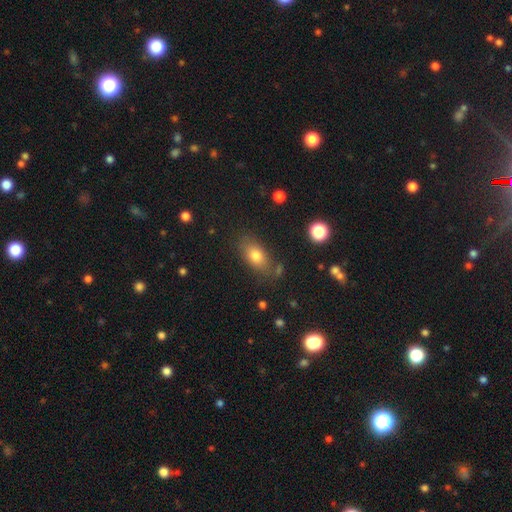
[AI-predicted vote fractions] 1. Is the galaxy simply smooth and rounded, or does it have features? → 77% smooth, 13% featured or disk, 11% star or artifact.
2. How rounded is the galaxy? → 83% in between, 11% round, 5% cigar-shaped.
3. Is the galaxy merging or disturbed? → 76% none, 15% minor disturbance, 5% major disturbance, 4% merger.